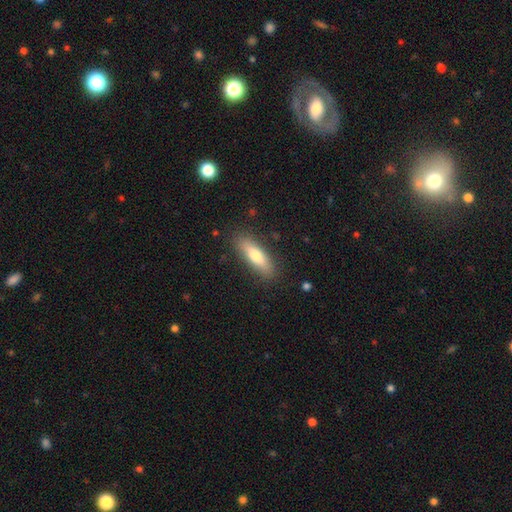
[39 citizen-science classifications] This appears to be a smooth galaxy with no disk features (64%) that is cigar-shaped (56%). Merging: none (95%).